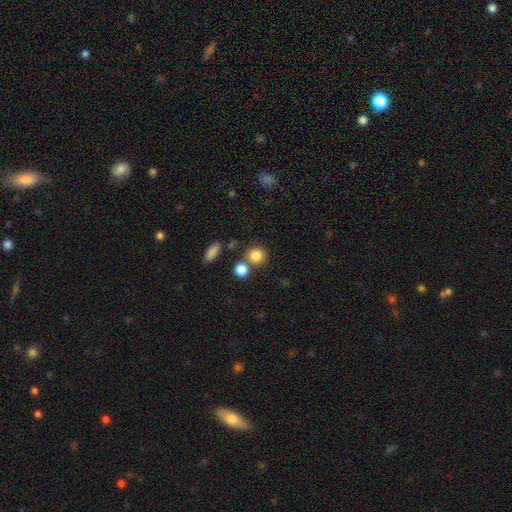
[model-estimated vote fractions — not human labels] smooth 84%, star or artifact 10%, featured or disk 6%. Down the decision tree: how rounded — round (85%); merging — none (67%).